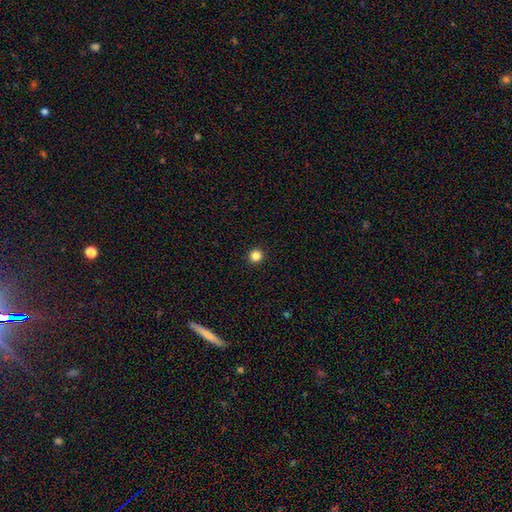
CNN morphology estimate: Smooth or featured?
  - smooth: 84% *
  - star or artifact: 12%
  - featured or disk: 4%
How rounded?
  - round: 96% *
  - in between: 3%
  - cigar-shaped: 1%
Merging?
  - none: 94% *
  - minor disturbance: 4%
  - major disturbance: 1%
  - merger: 1%